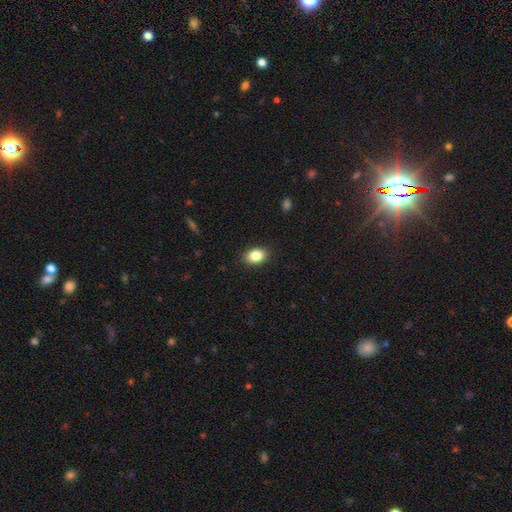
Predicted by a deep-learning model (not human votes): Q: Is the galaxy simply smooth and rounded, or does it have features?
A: smooth — 85%.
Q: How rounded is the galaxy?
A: in between — 84%.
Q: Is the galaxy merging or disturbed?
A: none — 89%.